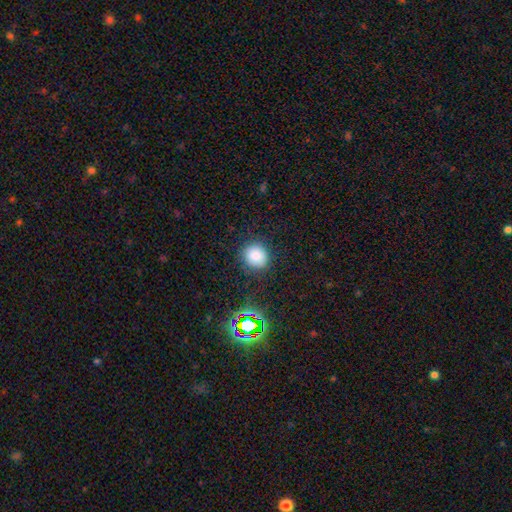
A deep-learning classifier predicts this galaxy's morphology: Q: Smooth or featured?
A: smooth (81%); runner-up: star or artifact (14%)
Q: How rounded?
A: round (83%); runner-up: in between (16%)
Q: Merging?
A: none (85%); runner-up: minor disturbance (10%)